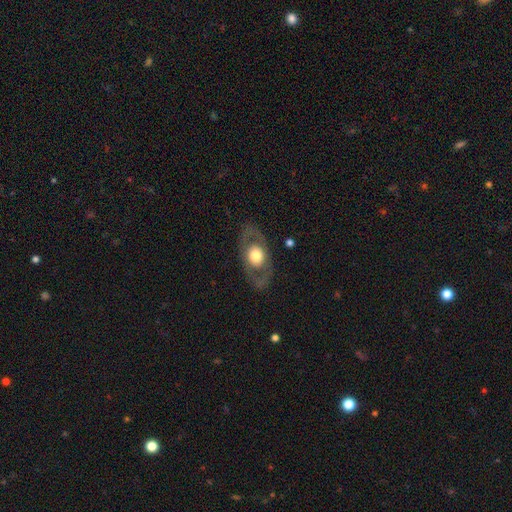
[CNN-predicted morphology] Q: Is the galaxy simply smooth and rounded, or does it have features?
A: featured or disk — 55%.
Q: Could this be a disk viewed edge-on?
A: no — 88%.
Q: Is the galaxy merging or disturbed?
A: none — 81%.